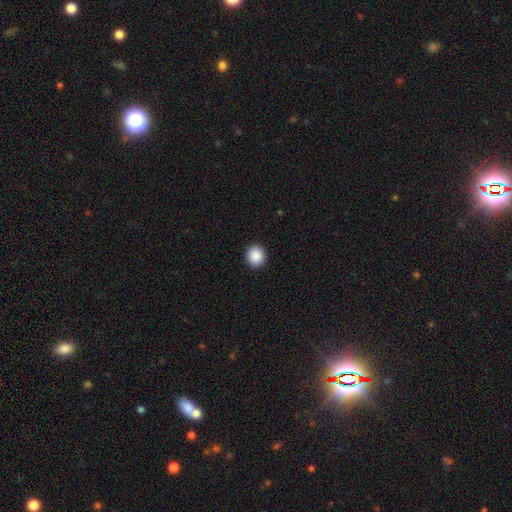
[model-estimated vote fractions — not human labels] Q: Smooth or featured?
A: smooth (89%); runner-up: star or artifact (8%)
Q: How rounded?
A: round (79%); runner-up: in between (20%)
Q: Merging?
A: none (92%); runner-up: minor disturbance (5%)